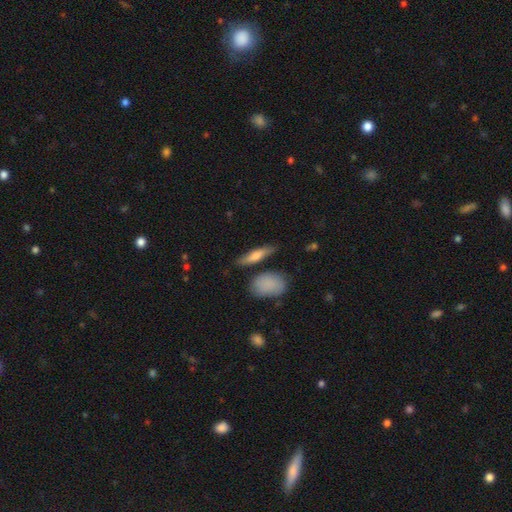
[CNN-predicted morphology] A smooth galaxy with no disk features (63%) that is cigar-shaped (66%).

Vote fractions:
- Smooth or featured? smooth: 63% / featured or disk: 30% / star or artifact: 7%
- How rounded? cigar-shaped: 66% / in between: 30% / round: 4%
- Merging? none: 77% / minor disturbance: 14% / merger: 5% / major disturbance: 4%